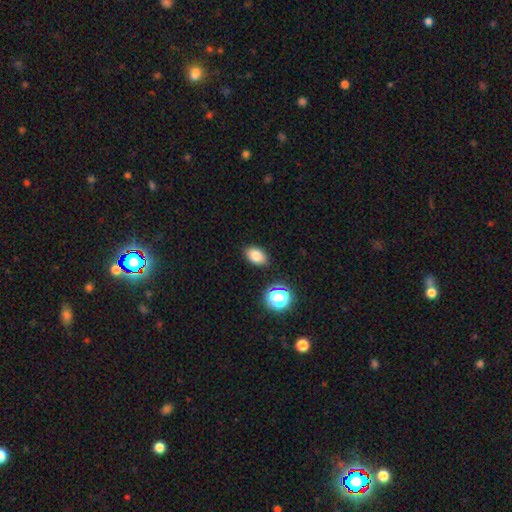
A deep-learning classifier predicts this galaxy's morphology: A smooth galaxy with no disk features (80%) that is in between round and cigar-shaped (86%). Merging: none (86%).